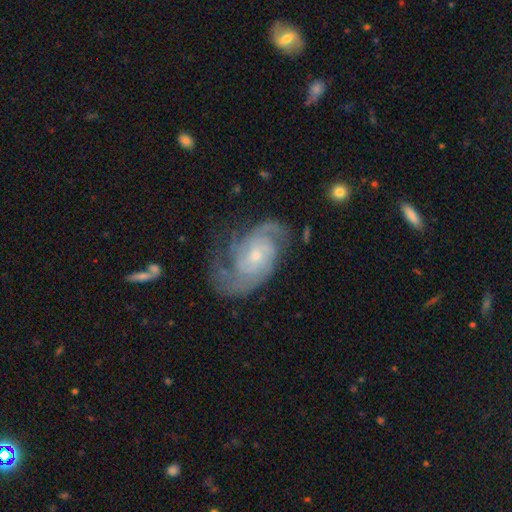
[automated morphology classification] Smooth or featured? Predicted: featured or disk (p=0.89). Edge-on disk? Predicted: no (p=0.97). Bar? Predicted: no (p=0.69). Spiral arms? Predicted: yes (p=0.97). Spiral winding? Predicted: tight (p=0.48). Spiral arm count? Predicted: 2 (p=0.47). Bulge size? Predicted: small (p=0.66). Merging? Predicted: none (p=0.65).